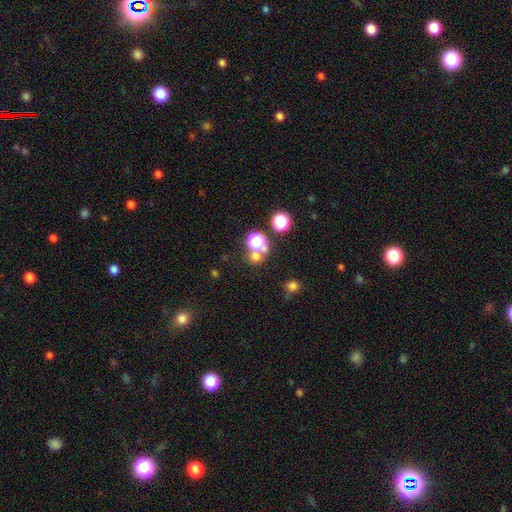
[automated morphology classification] This is possibly a smooth galaxy (59%). How rounded: clearly round (85%). Merging: likely none (63%).